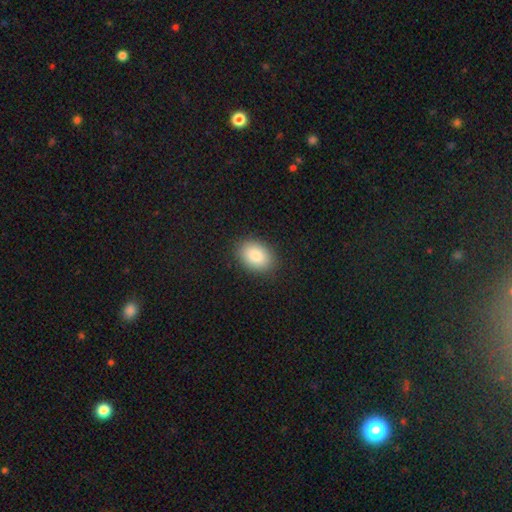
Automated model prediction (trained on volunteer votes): This appears to be a smooth galaxy with no disk features (87%) that is in between round and cigar-shaped (79%). Merging: none (89%).